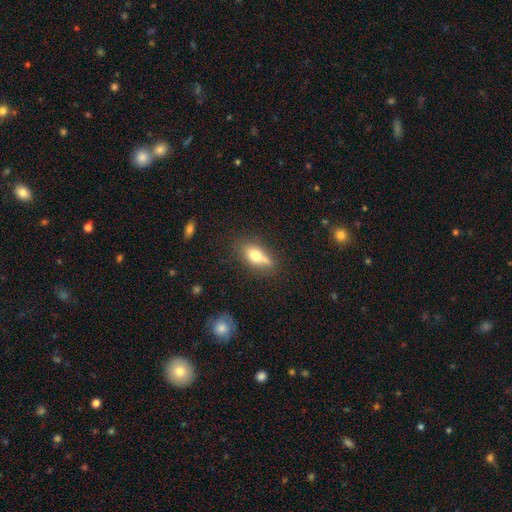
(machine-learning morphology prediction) Smooth or featured?
  - smooth: 69% *
  - featured or disk: 22%
  - star or artifact: 9%
How rounded?
  - in between: 79% *
  - cigar-shaped: 12%
  - round: 9%
Merging?
  - none: 53% *
  - minor disturbance: 24%
  - merger: 15%
  - major disturbance: 9%